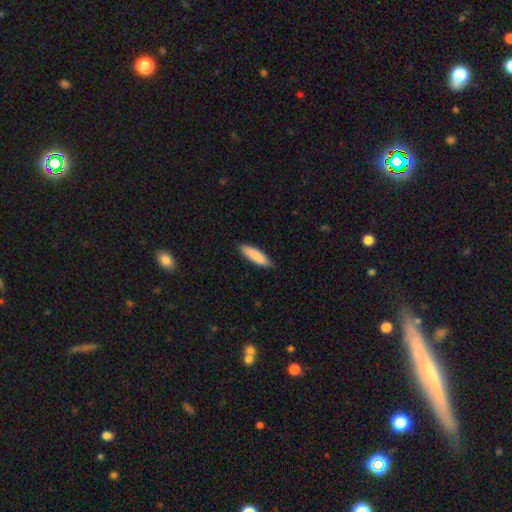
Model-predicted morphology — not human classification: Overall: smooth (87%). How rounded: cigar-shaped (66%; in between 33%). Merging: none (87%).